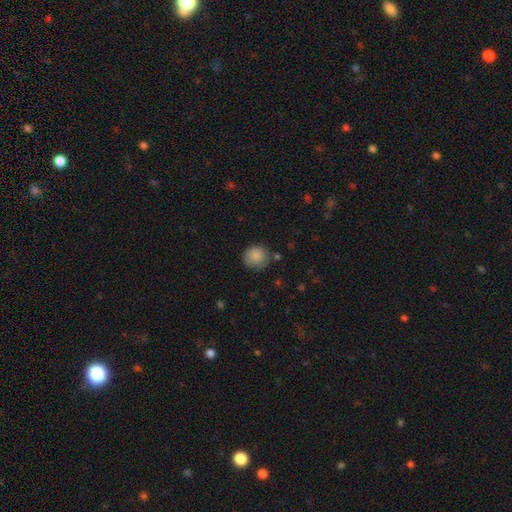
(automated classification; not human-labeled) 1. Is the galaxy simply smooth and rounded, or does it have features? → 86% smooth, 8% star or artifact, 6% featured or disk.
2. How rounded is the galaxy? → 86% round, 13% in between, 1% cigar-shaped.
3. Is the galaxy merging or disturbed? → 75% none, 17% minor disturbance, 5% major disturbance, 3% merger.